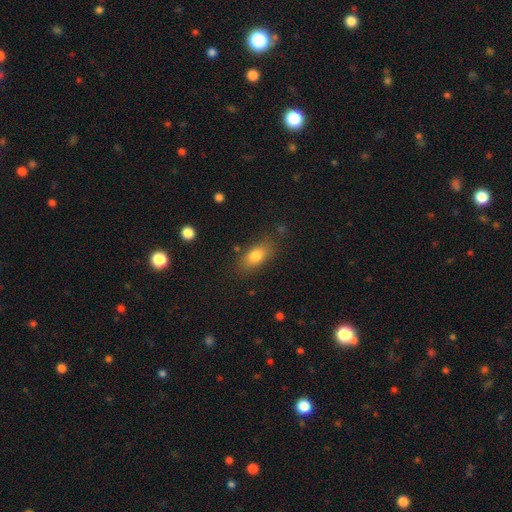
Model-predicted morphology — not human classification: Smooth or featured: smooth — 80% (featured or disk — 12%)
How rounded: in between — 84% (cigar-shaped — 9%)
Merging: none — 78% (minor disturbance — 15%)